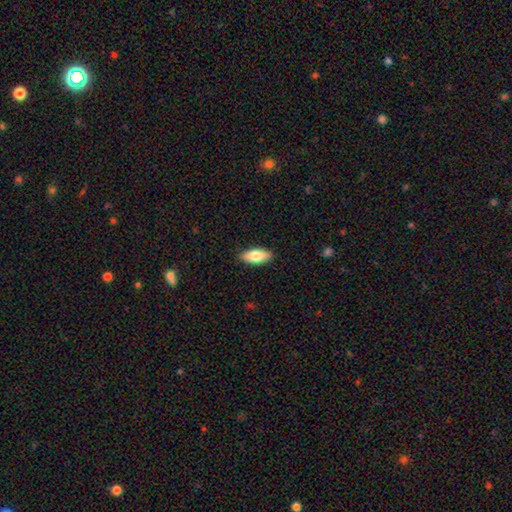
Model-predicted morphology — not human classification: A smooth galaxy with no disk features (79%) that is in between round and cigar-shaped (81%).

Vote fractions:
- Smooth or featured? smooth: 79% / featured or disk: 16% / star or artifact: 6%
- How rounded? in between: 81% / cigar-shaped: 16% / round: 2%
- Merging? none: 89% / minor disturbance: 9% / major disturbance: 2% / merger: 1%